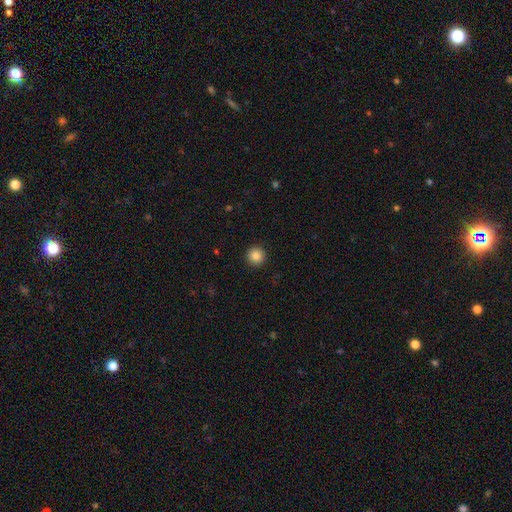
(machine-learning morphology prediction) smooth 86%, star or artifact 10%, featured or disk 4%. Down the decision tree: how rounded — round (96%); merging — none (93%).